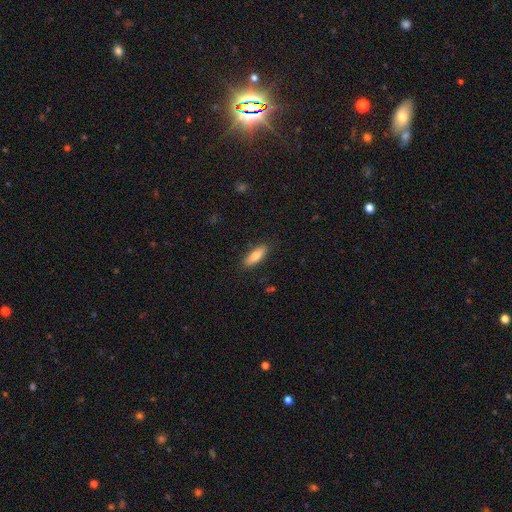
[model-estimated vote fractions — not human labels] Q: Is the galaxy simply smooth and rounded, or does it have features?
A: smooth — 82%.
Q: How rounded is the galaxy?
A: in between — 60%.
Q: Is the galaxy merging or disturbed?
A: none — 87%.